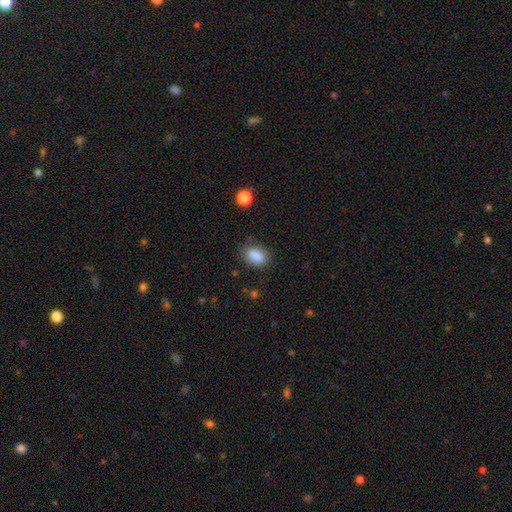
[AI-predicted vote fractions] Smooth or featured: smooth — 88% (star or artifact — 9%)
How rounded: in between — 83% (round — 16%)
Merging: none — 77% (minor disturbance — 16%)